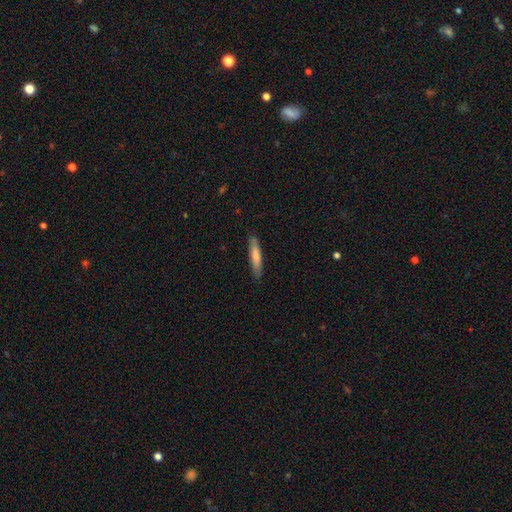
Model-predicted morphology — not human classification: smooth_or_featured: smooth (p=0.74) [alt: featured or disk p=0.20]
how_rounded: cigar-shaped (p=0.86) [alt: in between p=0.12]
merging: none (p=0.85) [alt: minor disturbance p=0.12]